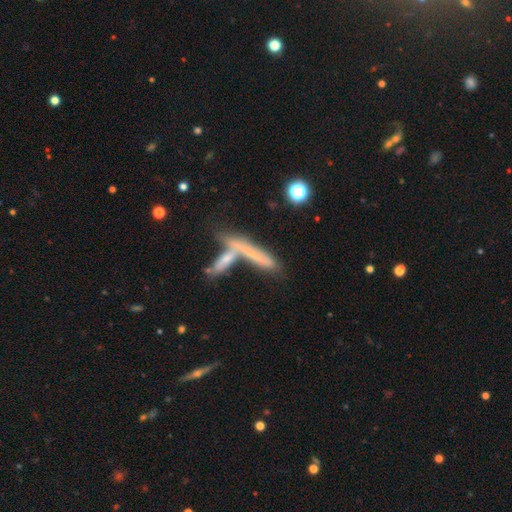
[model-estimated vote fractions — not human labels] This is possibly a smooth galaxy (51%). How rounded: clearly cigar-shaped (83%). Merging: possibly merger (52%).